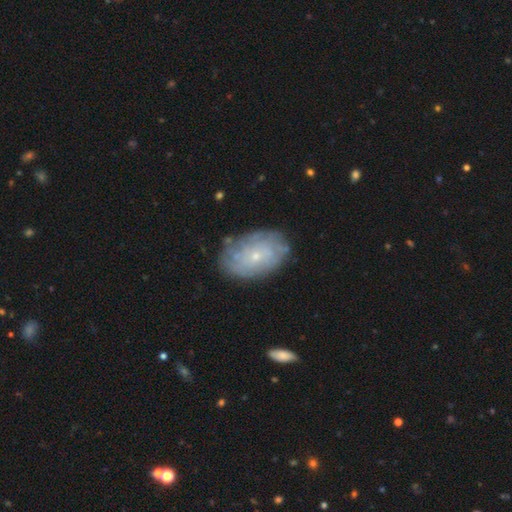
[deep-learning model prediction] smooth_or_featured: featured or disk (p=0.61) [alt: smooth p=0.31]
disk_edge_on: no (p=0.95) [alt: yes p=0.05]
bar: no (p=0.84) [alt: weak p=0.14]
has_spiral_arms: yes (p=0.72) [alt: no p=0.28]
bulge_size: small (p=0.81) [alt: moderate p=0.15]
merging: none (p=0.77) [alt: minor disturbance p=0.16]